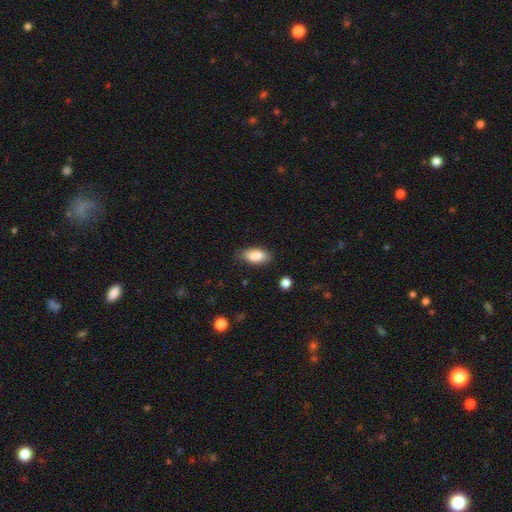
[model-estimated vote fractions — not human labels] smooth-or-featured: smooth: 87% | star or artifact: 7% | featured or disk: 6%
  how-rounded: in between: 90% | cigar-shaped: 6% | round: 3%
  merging: none: 82% | minor disturbance: 14% | major disturbance: 3% | merger: 1%